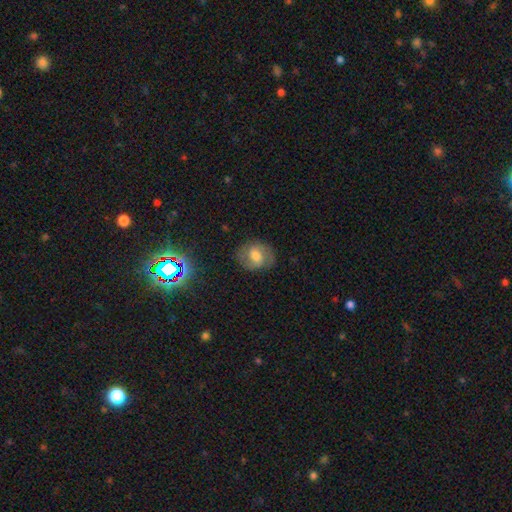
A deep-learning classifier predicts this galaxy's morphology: A featured or disk galaxy (48%).

Vote fractions:
- Smooth or featured? featured or disk: 48% / smooth: 42% / star or artifact: 10%
- Merging? none: 76% / minor disturbance: 16% / major disturbance: 6% / merger: 1%